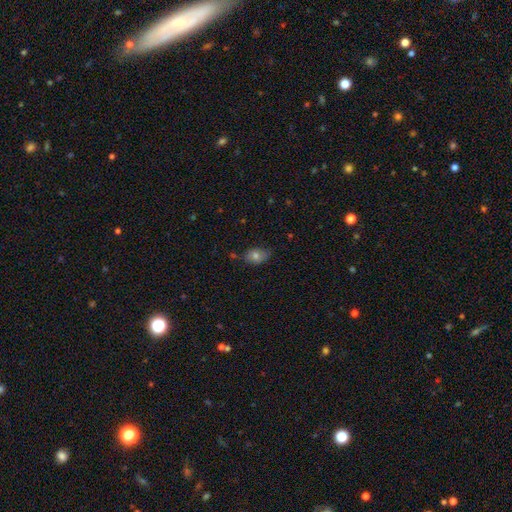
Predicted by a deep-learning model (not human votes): Smooth or featured? Predicted: smooth (p=0.74). How rounded? Predicted: in between (p=0.78). Merging? Predicted: none (p=0.69).